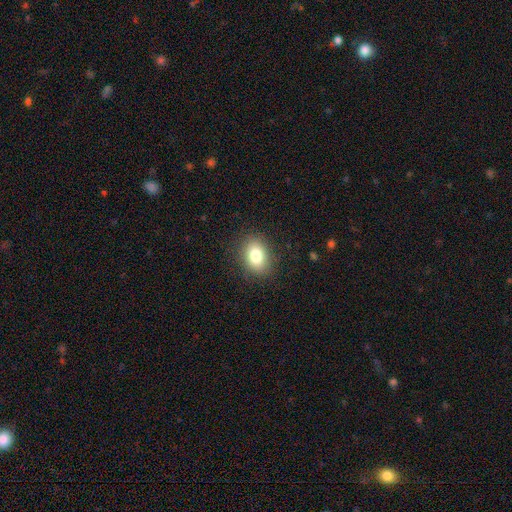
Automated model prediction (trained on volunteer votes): A smooth galaxy with no disk features (81%) that is in between round and cigar-shaped (71%). Merging: none (86%).